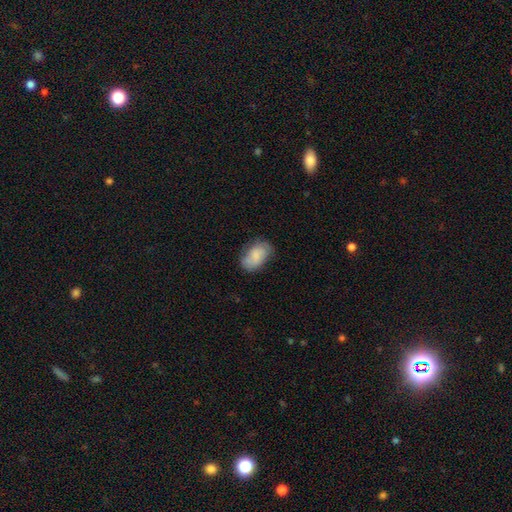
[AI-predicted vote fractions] Smooth or featured? Predicted: smooth (p=0.71). How rounded? Predicted: in between (p=0.91). Merging? Predicted: none (p=0.67).